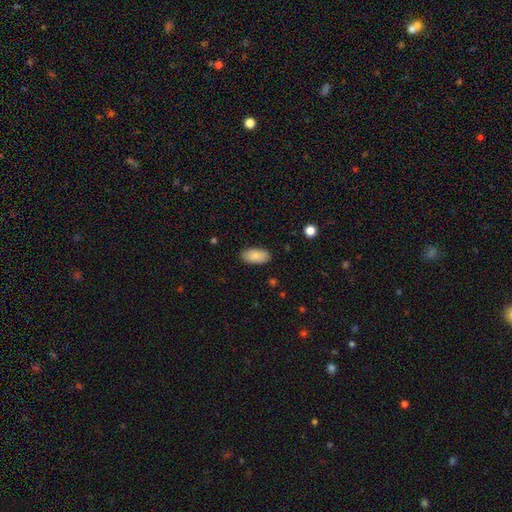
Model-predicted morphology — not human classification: Smooth or featured: smooth — 86% (featured or disk — 7%)
How rounded: in between — 93% (cigar-shaped — 4%)
Merging: none — 86% (minor disturbance — 11%)